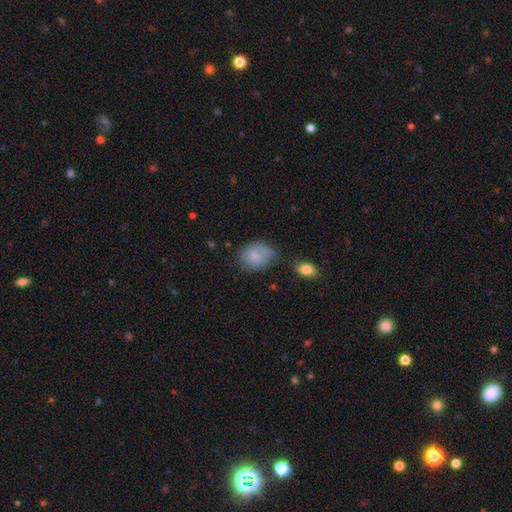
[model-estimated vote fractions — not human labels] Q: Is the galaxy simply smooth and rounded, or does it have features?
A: smooth — 79%.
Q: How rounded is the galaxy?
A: round — 53%.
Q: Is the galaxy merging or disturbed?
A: none — 52%.